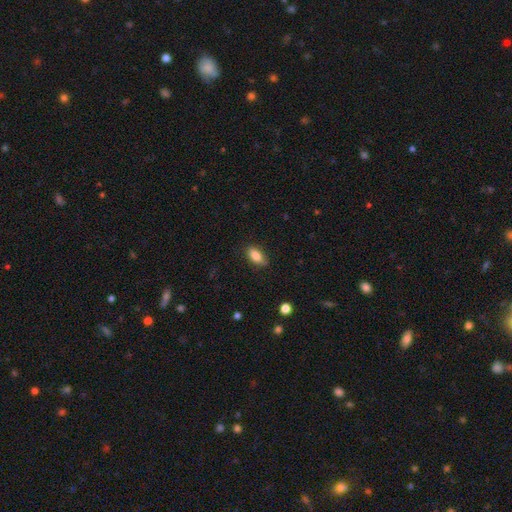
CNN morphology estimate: Smooth or featured? smooth (85%)
How rounded? in between (87%)
Merging? none (82%)